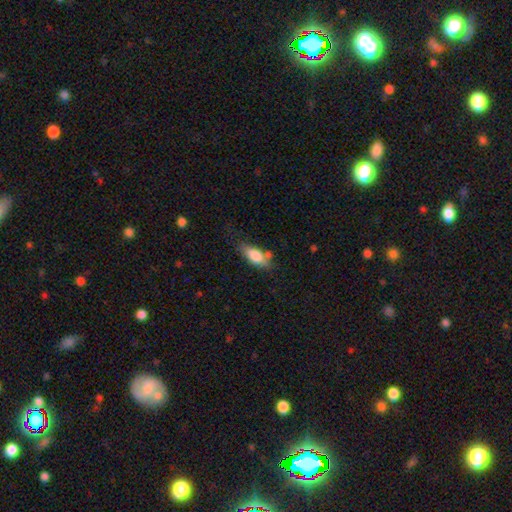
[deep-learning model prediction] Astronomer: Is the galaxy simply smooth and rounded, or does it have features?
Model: smooth — 81%.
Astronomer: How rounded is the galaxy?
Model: in between — 84%.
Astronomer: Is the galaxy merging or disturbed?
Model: none — 58%.